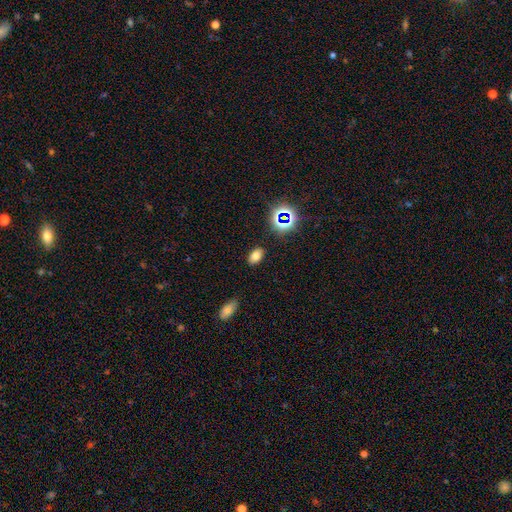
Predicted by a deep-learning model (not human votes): Smooth or featured: smooth — 73% (star or artifact — 18%)
How rounded: in between — 89% (round — 9%)
Merging: none — 87% (minor disturbance — 9%)